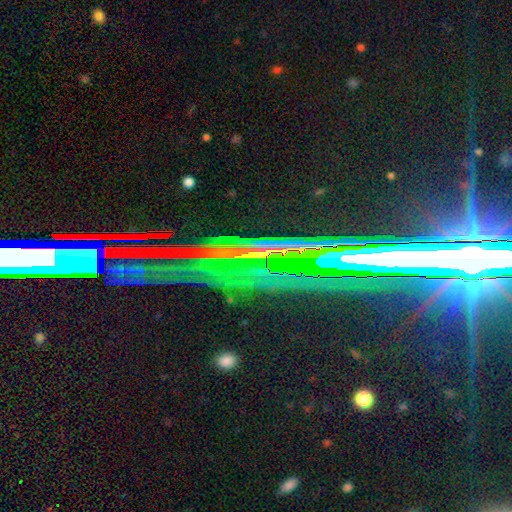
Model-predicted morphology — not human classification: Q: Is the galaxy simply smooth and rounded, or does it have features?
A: star or artifact — 75%.